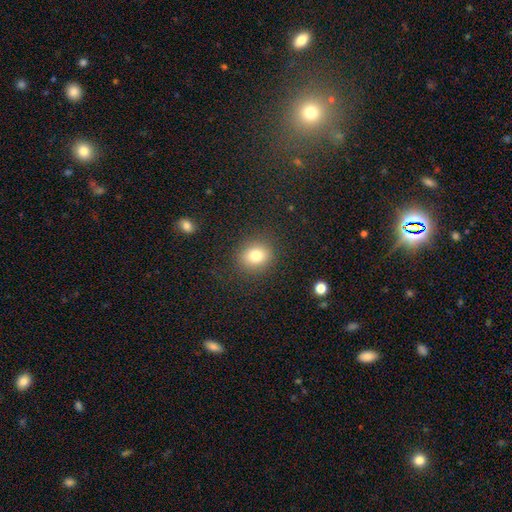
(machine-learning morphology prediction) The model was most divided on "how rounded": round: 74%, in between: 25%, cigar-shaped: 1%. More confident: merging — none (87%); smooth or featured — smooth (80%).